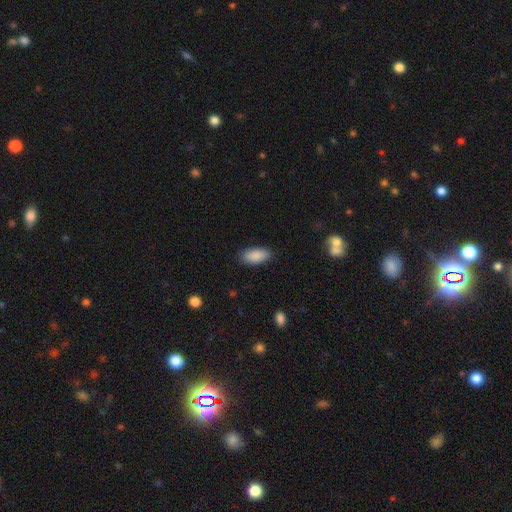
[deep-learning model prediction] A smooth galaxy with no disk features (90%) that is in between round and cigar-shaped (90%).

Vote fractions:
- Smooth or featured? smooth: 90% / star or artifact: 7% / featured or disk: 4%
- How rounded? in between: 90% / cigar-shaped: 8% / round: 2%
- Merging? none: 87% / minor disturbance: 9% / major disturbance: 2% / merger: 1%